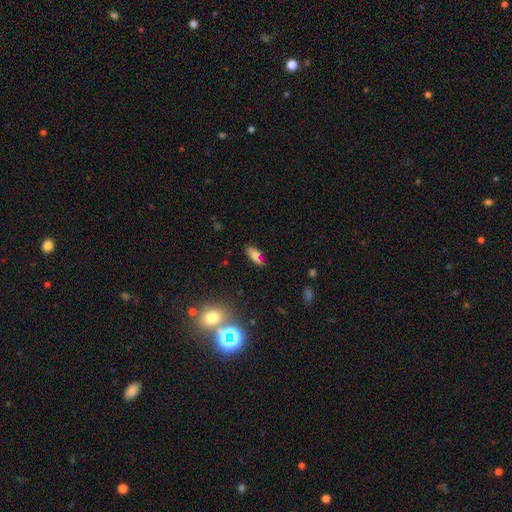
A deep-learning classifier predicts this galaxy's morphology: type=smooth (64%); roundness=in between (71%); merging=none (69%).